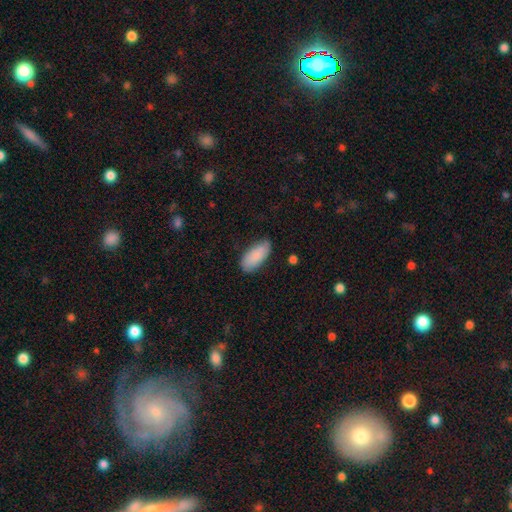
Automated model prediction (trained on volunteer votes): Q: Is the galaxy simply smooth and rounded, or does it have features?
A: smooth — 86%.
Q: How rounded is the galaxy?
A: in between — 90%.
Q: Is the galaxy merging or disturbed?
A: none — 78%.